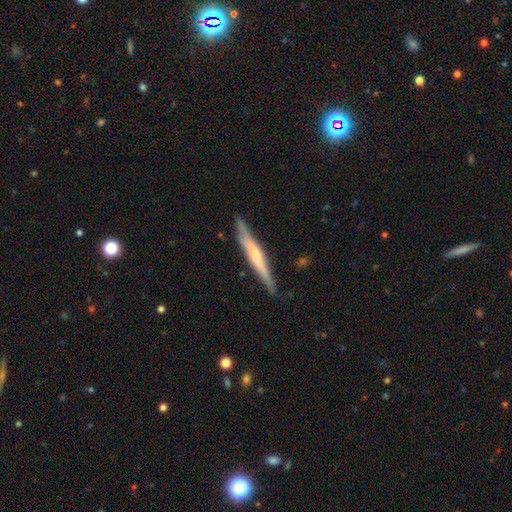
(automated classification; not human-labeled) Smooth or featured? Predicted: featured or disk (p=0.57). Edge-on disk? Predicted: yes (p=0.95). Edge-on bulge? Predicted: none (p=0.44). Merging? Predicted: none (p=0.85).